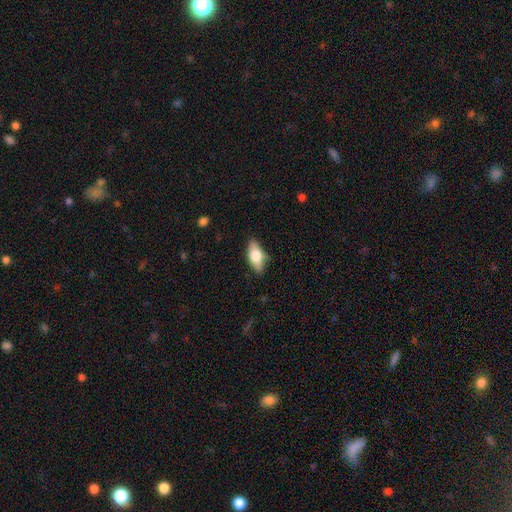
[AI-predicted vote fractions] smooth 65%, featured or disk 28%, star or artifact 7%. Down the decision tree: how rounded — in between (81%); merging — none (79%).